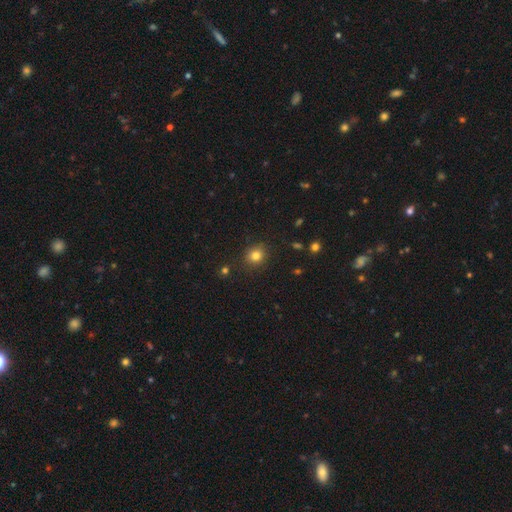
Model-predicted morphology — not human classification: Overall: smooth (82%). How rounded: round (79%). Merging: none (86%).